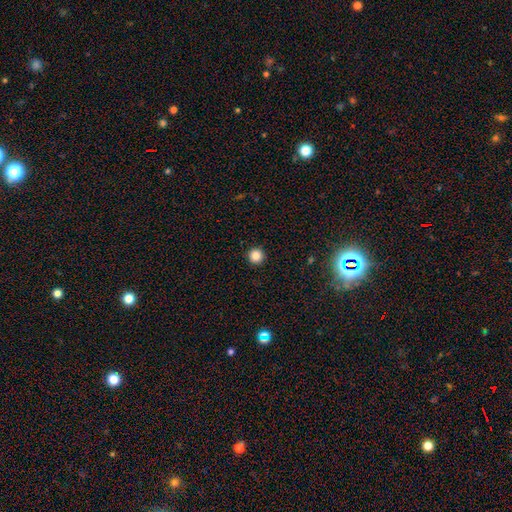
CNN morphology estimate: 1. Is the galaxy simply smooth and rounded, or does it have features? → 85% smooth, 11% star or artifact, 3% featured or disk.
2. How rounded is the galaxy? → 97% round, 3% in between, 1% cigar-shaped.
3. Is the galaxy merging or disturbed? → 93% none, 4% minor disturbance, 2% major disturbance, 1% merger.